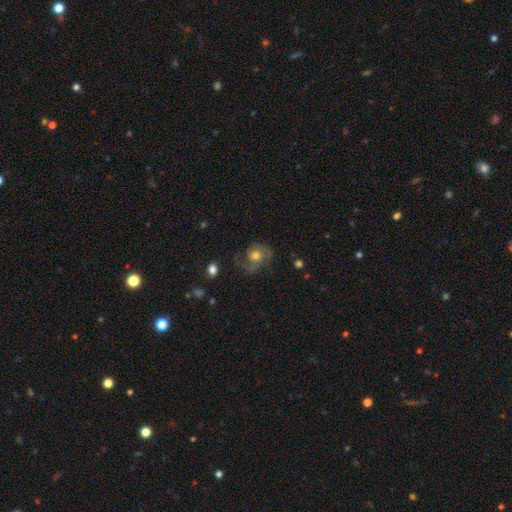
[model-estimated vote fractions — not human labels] A featured or disk galaxy (62%) with no bar (77%), 2 (61%) medium (47%) spiral arms (86%) and a moderate central bulge (69%).

Vote fractions:
- Smooth or featured? featured or disk: 62% / smooth: 30% / star or artifact: 8%
- Edge-on disk? no: 97% / yes: 3%
- Bar? no: 77% / weak: 20% / strong: 3%
- Spiral arms? yes: 86% / no: 14%
- Spiral winding? medium: 47% / loose: 27% / tight: 25%
- Spiral arm count? 2: 61% / can't tell: 13% / 1: 13% / 3: 8% / 4: 2% / more than 4: 2%
- Bulge size? moderate: 69% / large: 16% / small: 12% / none: 2% / dominant: 2%
- Merging? none: 53% / minor disturbance: 23% / major disturbance: 22% / merger: 2%